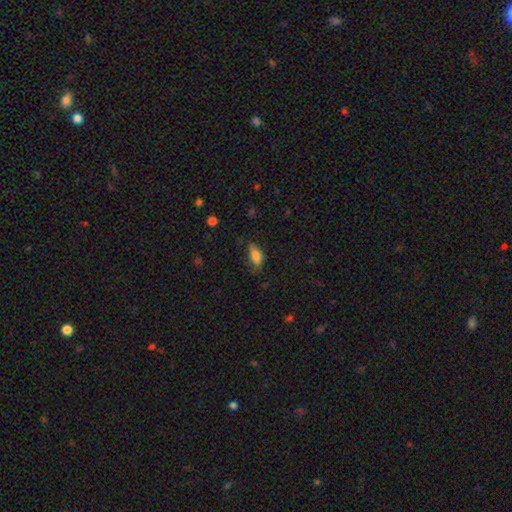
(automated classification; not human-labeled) Smooth or featured? smooth (83%)
How rounded? in between (87%)
Merging? none (59%)